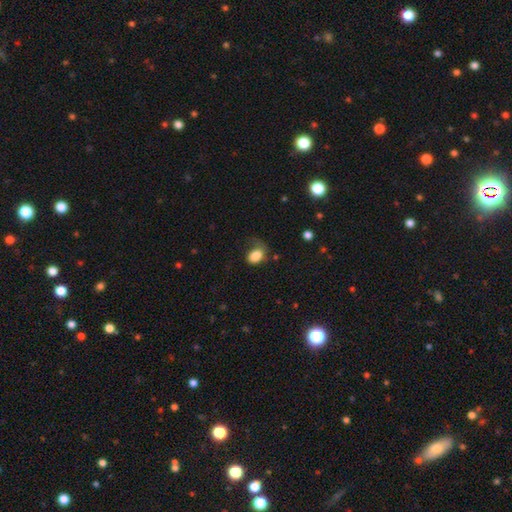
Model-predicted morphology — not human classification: Overall: smooth (82%). How rounded: in between (77%). Merging: none (41%; minor disturbance 29%).